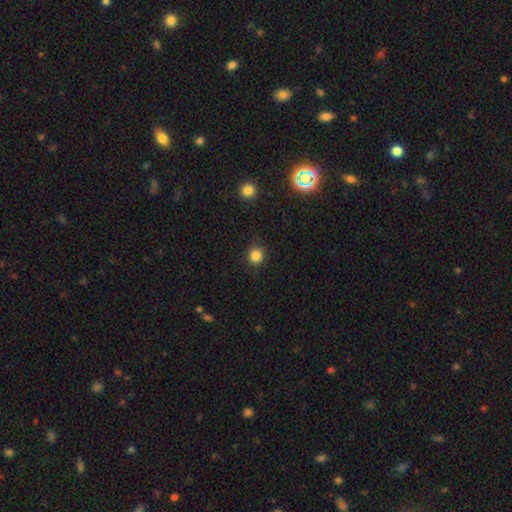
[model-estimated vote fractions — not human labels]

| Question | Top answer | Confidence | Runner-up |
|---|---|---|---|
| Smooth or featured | smooth | 84% | star or artifact (12%) |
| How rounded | round | 91% | in between (8%) |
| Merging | none | 88% | minor disturbance (8%) |